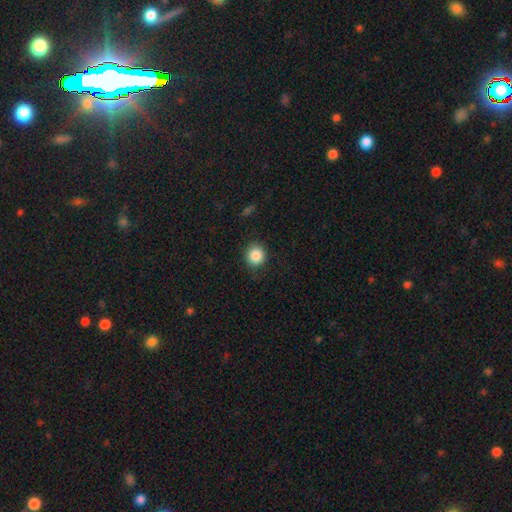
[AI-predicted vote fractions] smooth_or_featured: smooth (p=0.86) [alt: star or artifact p=0.10]
how_rounded: round (p=0.87) [alt: in between p=0.12]
merging: none (p=0.85) [alt: minor disturbance p=0.11]